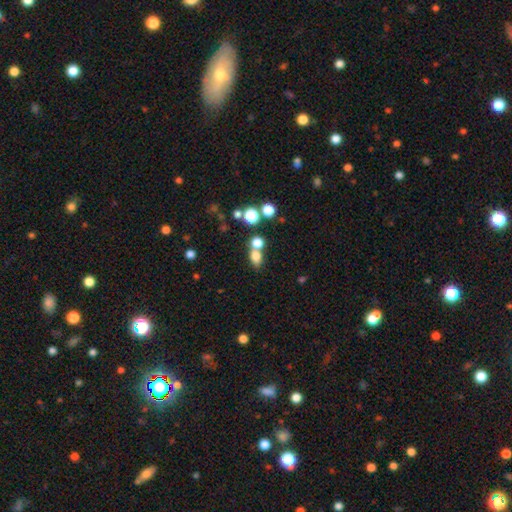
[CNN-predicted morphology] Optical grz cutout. It shows a smooth galaxy with no disk features (76%) that is in between round and cigar-shaped (65%). Merging: none (48%).